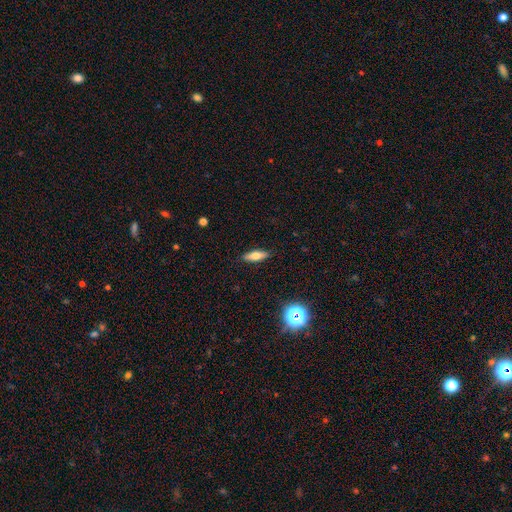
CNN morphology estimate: The model was most divided on "how rounded": in between: 55%, cigar-shaped: 42%, round: 3%. More confident: merging — none (89%); smooth or featured — smooth (66%).